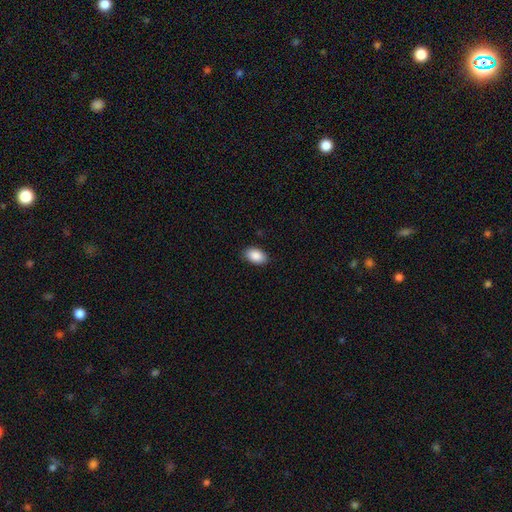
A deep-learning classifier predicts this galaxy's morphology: This is clearly a smooth galaxy (89%). How rounded: clearly in between (91%). Merging: clearly none (88%).